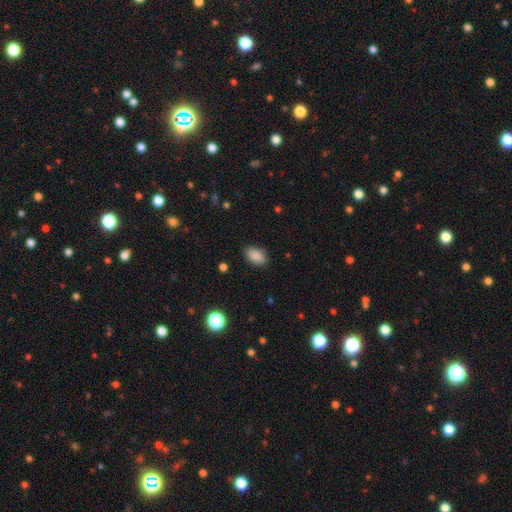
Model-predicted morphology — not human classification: Smooth or featured? smooth (88%)
How rounded? in between (90%)
Merging? none (85%)